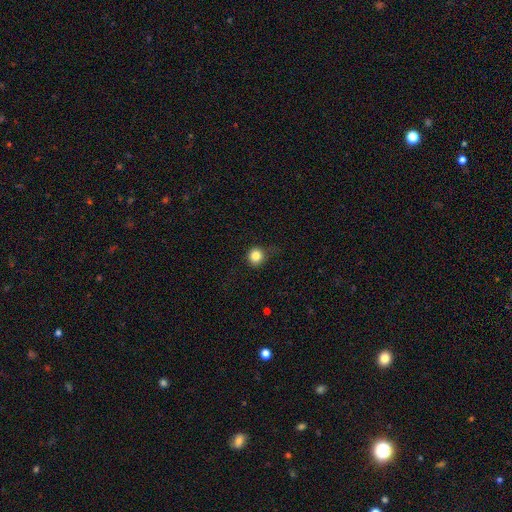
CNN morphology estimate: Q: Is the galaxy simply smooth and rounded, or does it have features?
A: smooth — 84%.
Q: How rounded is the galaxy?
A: round — 90%.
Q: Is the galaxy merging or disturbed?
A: none — 78%.